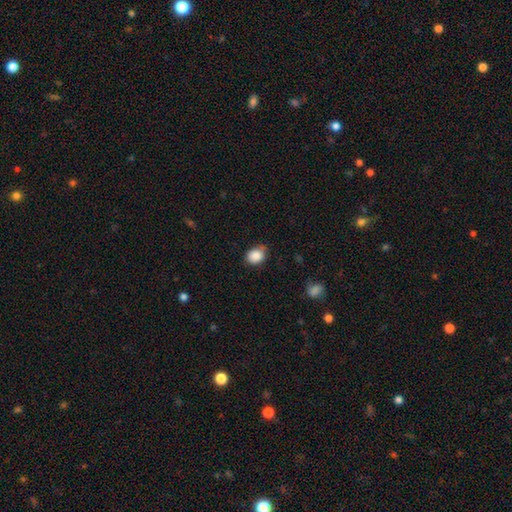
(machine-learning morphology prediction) type=smooth (87%); roundness=in between (50%); merging=none (68%).